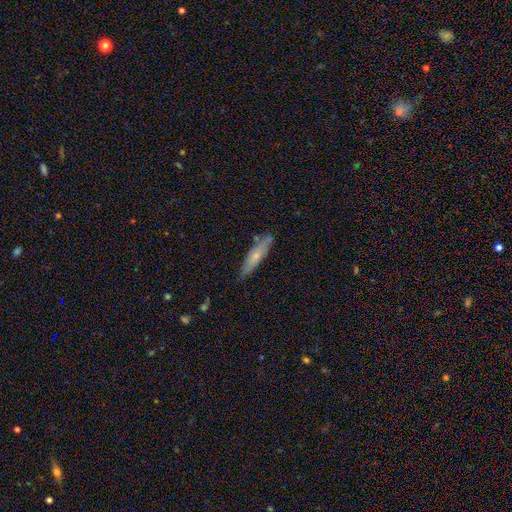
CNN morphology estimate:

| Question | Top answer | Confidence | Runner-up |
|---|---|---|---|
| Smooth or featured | smooth | 57% | featured or disk (37%) |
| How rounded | cigar-shaped | 75% | in between (23%) |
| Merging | none | 77% | minor disturbance (18%) |